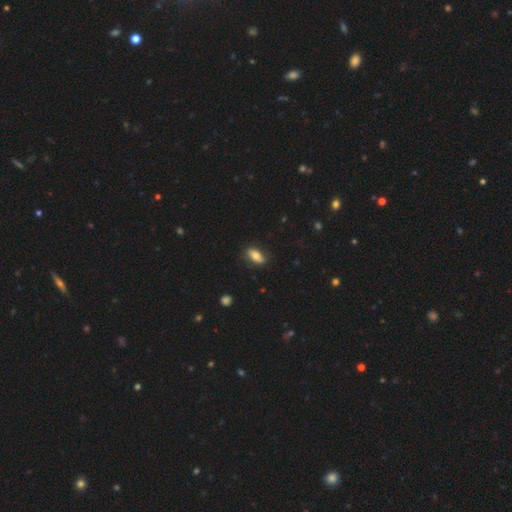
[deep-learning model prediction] A smooth galaxy with no disk features (67%) that is in between round and cigar-shaped (82%). Merging: none (77%).